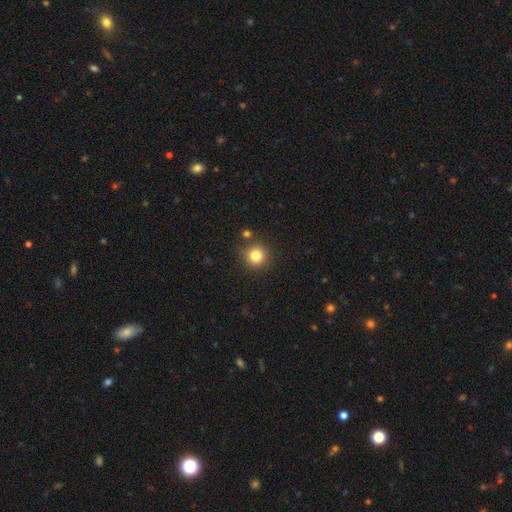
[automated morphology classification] Smooth or featured: smooth — 82% (star or artifact — 12%)
How rounded: round — 93% (in between — 6%)
Merging: none — 83% (minor disturbance — 8%)